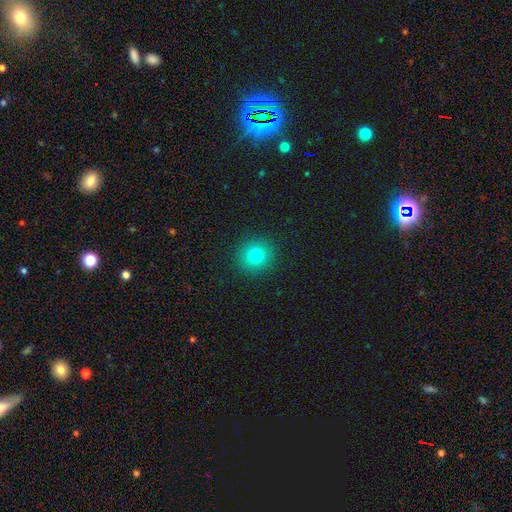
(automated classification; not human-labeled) smooth 78%, star or artifact 13%, featured or disk 8%. Down the decision tree: how rounded — round (91%); merging — none (91%).